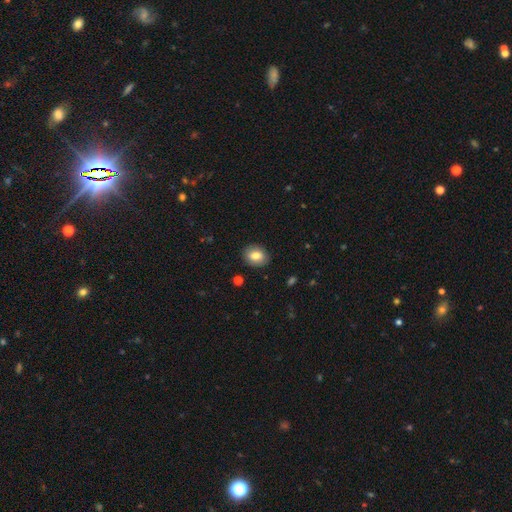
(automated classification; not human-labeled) Morphology: type=smooth (80%); roundness=in between (59%); merging=none (88%).